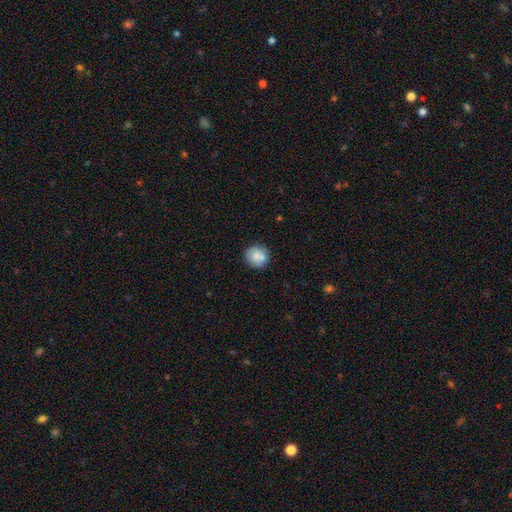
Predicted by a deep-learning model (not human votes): Overall: smooth (73%). How rounded: round (85%). Merging: none (66%).